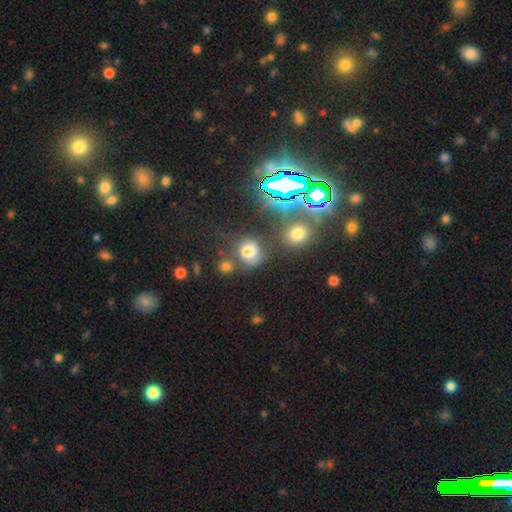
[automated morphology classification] smooth-or-featured: star or artifact: 63% | smooth: 31% | featured or disk: 7%